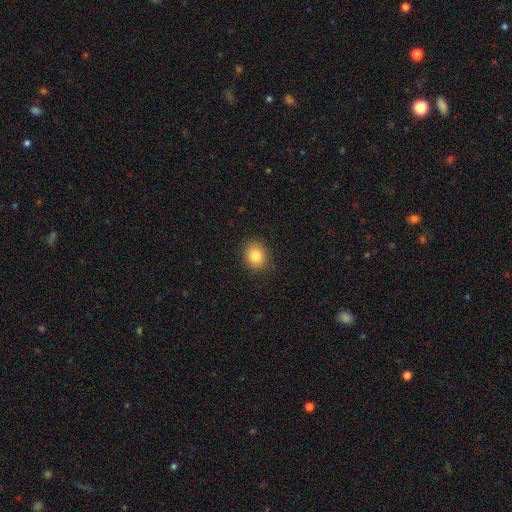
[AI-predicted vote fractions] Smooth or featured?
  - smooth: 83% *
  - star or artifact: 10%
  - featured or disk: 7%
How rounded?
  - round: 57% *
  - in between: 42%
  - cigar-shaped: 1%
Merging?
  - none: 89% *
  - minor disturbance: 8%
  - major disturbance: 2%
  - merger: 1%